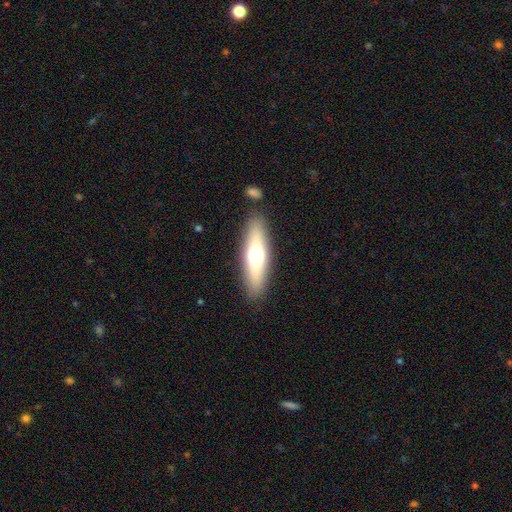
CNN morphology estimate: The model was most divided on "smooth or featured": smooth: 55%, featured or disk: 37%, star or artifact: 7%. More confident: merging — none (87%); how rounded — cigar-shaped (60%).